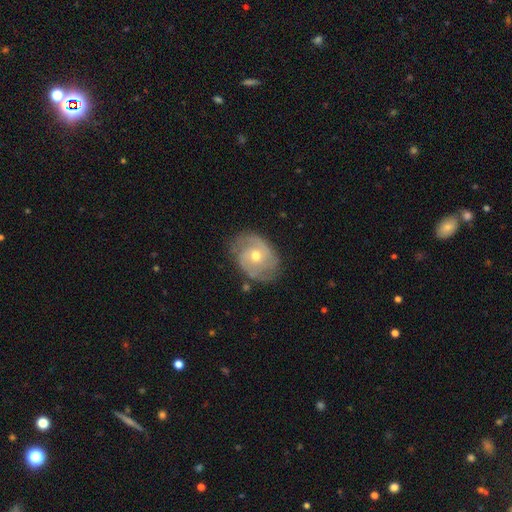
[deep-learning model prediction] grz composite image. It shows a featured or disk galaxy (77%) with no bar (65%), 2 (60%) tight (44%) spiral arms (91%) and a moderate central bulge (68%). Merging: none (72%).